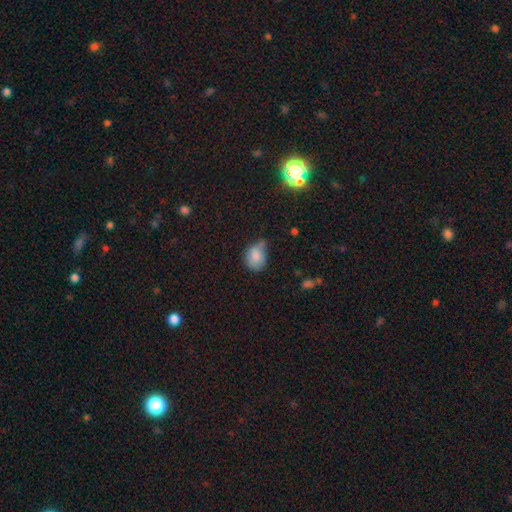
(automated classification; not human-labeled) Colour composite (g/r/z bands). It shows a smooth galaxy with no disk features (81%) that is in between round and cigar-shaped (51%). Merging: minor disturbance (42%).